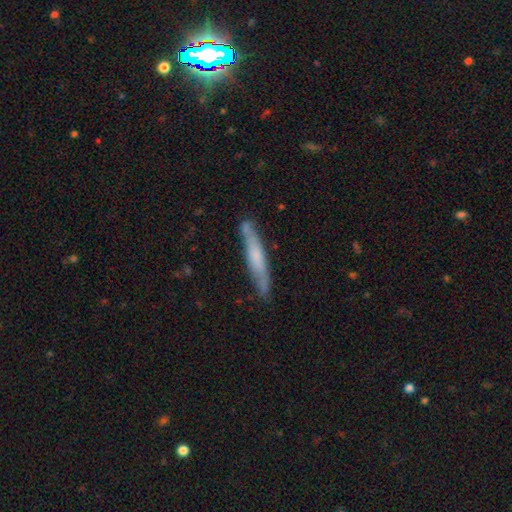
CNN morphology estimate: This appears to be a smooth galaxy with no disk features (49%). Merging: none (78%).